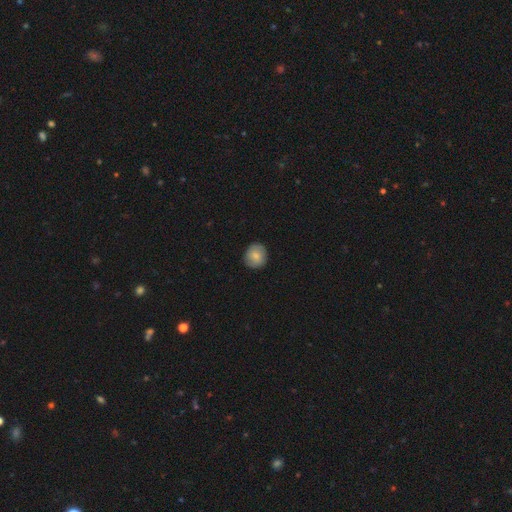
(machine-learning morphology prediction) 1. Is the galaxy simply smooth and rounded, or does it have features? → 78% smooth, 15% featured or disk, 7% star or artifact.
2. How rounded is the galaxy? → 85% round, 14% in between, 1% cigar-shaped.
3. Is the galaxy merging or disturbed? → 86% none, 11% minor disturbance, 2% major disturbance, 1% merger.